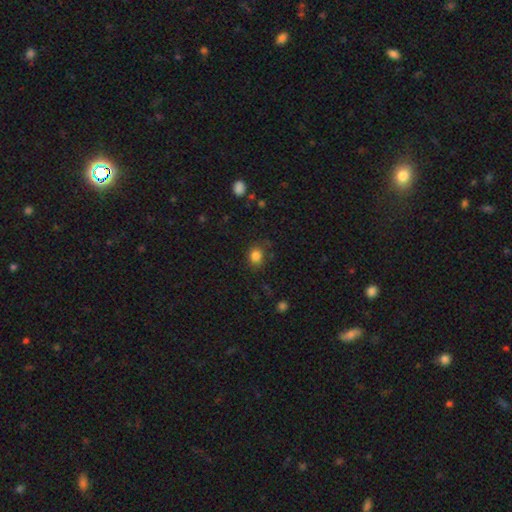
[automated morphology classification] type=smooth (84%); roundness=round (68%); merging=none (79%).